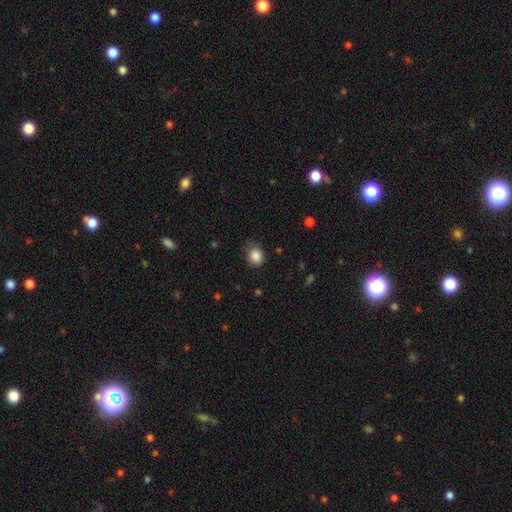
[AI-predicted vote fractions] smooth-or-featured: smooth: 86% | star or artifact: 10% | featured or disk: 4%
  how-rounded: round: 54% | in between: 45% | cigar-shaped: 1%
  merging: none: 68% | minor disturbance: 25% | major disturbance: 6% | merger: 1%